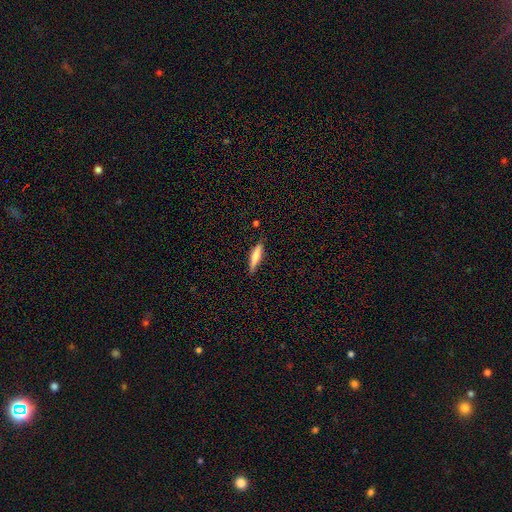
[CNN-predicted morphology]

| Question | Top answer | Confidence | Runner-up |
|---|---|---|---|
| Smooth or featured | smooth | 59% | featured or disk (34%) |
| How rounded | cigar-shaped | 82% | in between (16%) |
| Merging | none | 86% | minor disturbance (11%) |